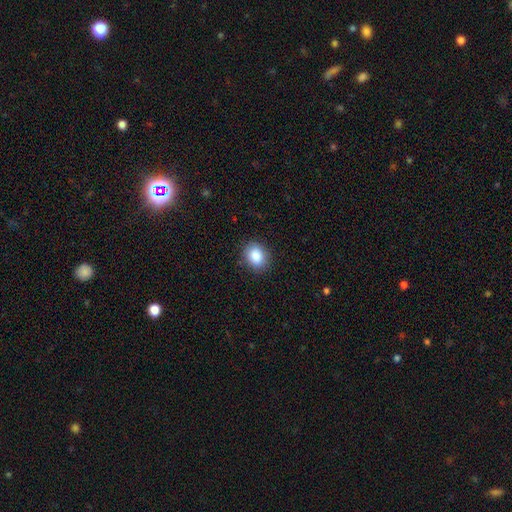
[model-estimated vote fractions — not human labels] A smooth galaxy with no disk features (86%) that is round (50%). Merging: none (87%).